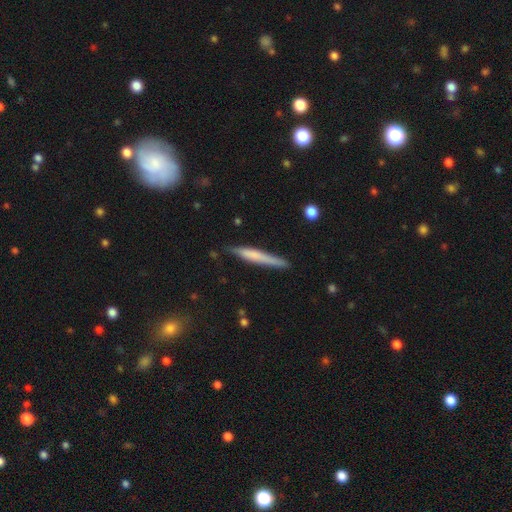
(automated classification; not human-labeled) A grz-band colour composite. It shows a smooth galaxy with no disk features (59%) that is cigar-shaped (95%). Merging: none (78%).